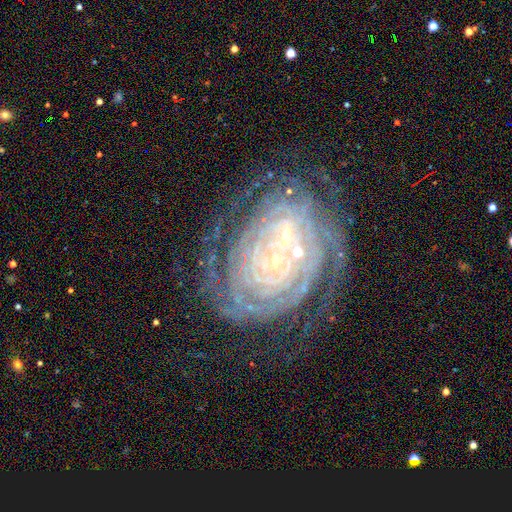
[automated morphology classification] Overall: featured or disk (85%). Edge-on disk: no (97%). Bar: no (71%). Spiral arms: yes (96%). Spiral arm count: can't tell (30%; more than 4 21%). Spiral winding: tight (85%). Bulge size: small (85%). Merging: none (52%; merger 21%).